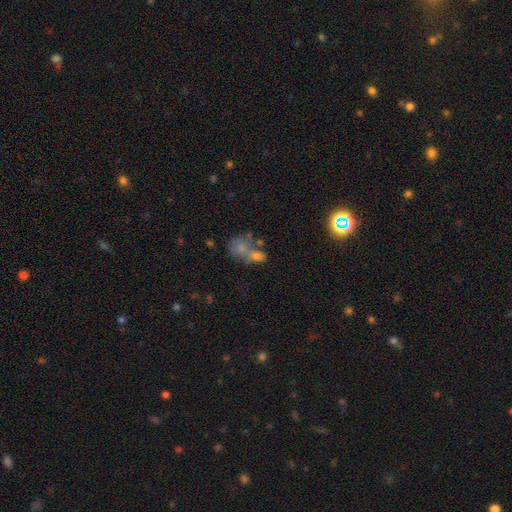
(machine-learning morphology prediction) smooth_or_featured: smooth (p=0.48) [alt: star or artifact p=0.30]
merging: merger (p=0.53) [alt: none p=0.31]